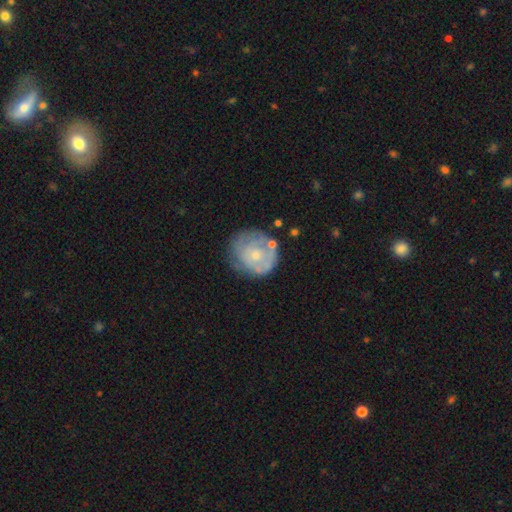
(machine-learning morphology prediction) Q: Smooth or featured?
A: featured or disk (58%); runner-up: smooth (35%)
Q: Edge-on disk?
A: no (98%); runner-up: yes (2%)
Q: Bar?
A: no (85%); runner-up: weak (13%)
Q: Spiral arms?
A: yes (60%); runner-up: no (40%)
Q: Bulge size?
A: small (66%); runner-up: moderate (27%)
Q: Merging?
A: none (63%); runner-up: minor disturbance (22%)